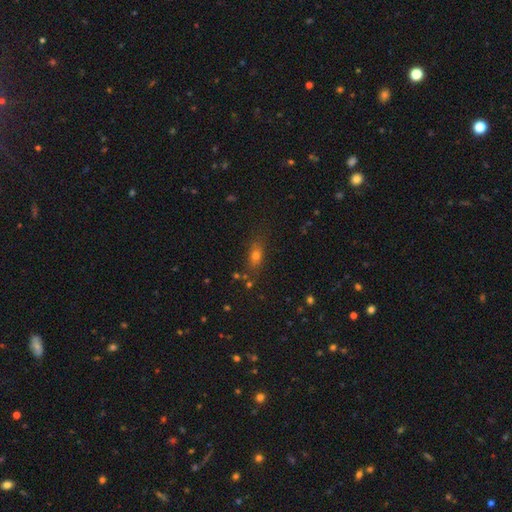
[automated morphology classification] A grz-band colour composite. It shows a smooth galaxy with no disk features (66%) that is in between round and cigar-shaped (63%). Merging: none (76%).